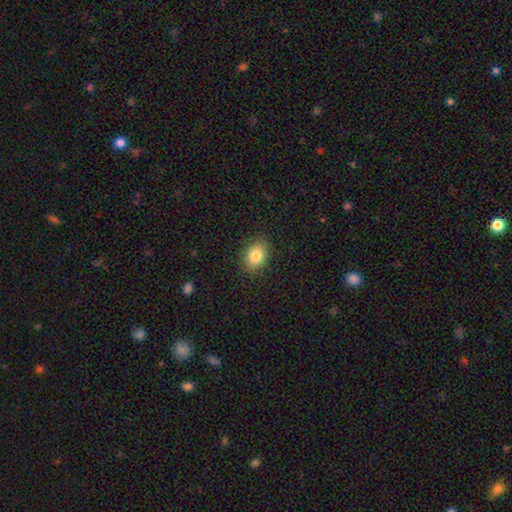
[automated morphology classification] Q: Smooth or featured?
A: smooth (84%); runner-up: star or artifact (9%)
Q: How rounded?
A: in between (66%); runner-up: round (33%)
Q: Merging?
A: none (88%); runner-up: minor disturbance (9%)